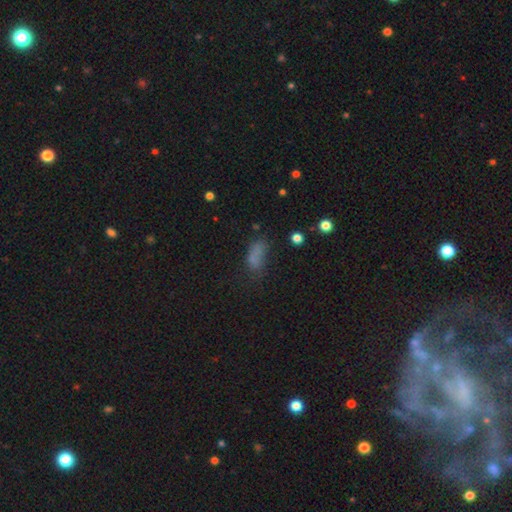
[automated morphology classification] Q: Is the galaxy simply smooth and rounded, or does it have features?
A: smooth — 70%.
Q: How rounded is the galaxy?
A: in between — 79%.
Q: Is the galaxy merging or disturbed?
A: none — 42%.